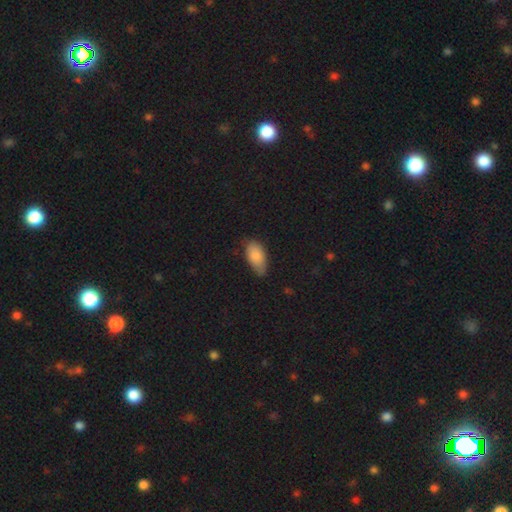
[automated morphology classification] Smooth or featured? smooth (86%)
How rounded? in between (92%)
Merging? none (58%)